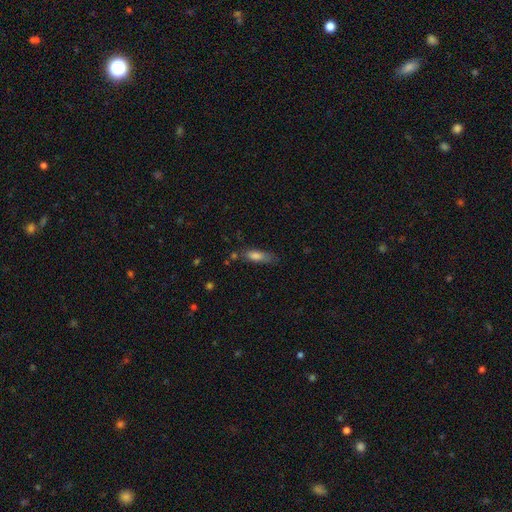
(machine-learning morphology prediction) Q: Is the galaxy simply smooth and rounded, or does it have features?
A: smooth — 76%.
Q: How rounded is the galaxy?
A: cigar-shaped — 51%.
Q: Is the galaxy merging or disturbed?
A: none — 61%.